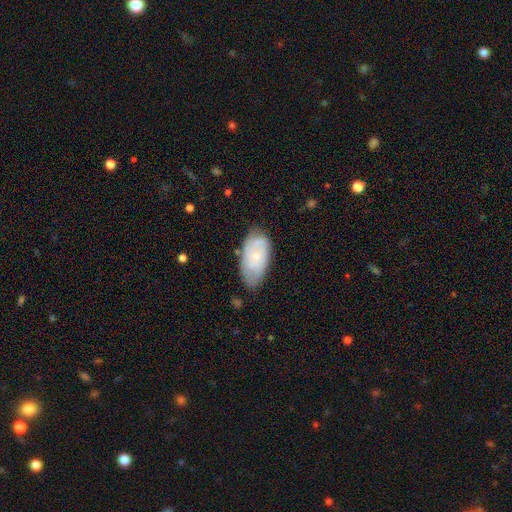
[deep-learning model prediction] Smooth or featured? smooth (50%)
Merging? none (64%)